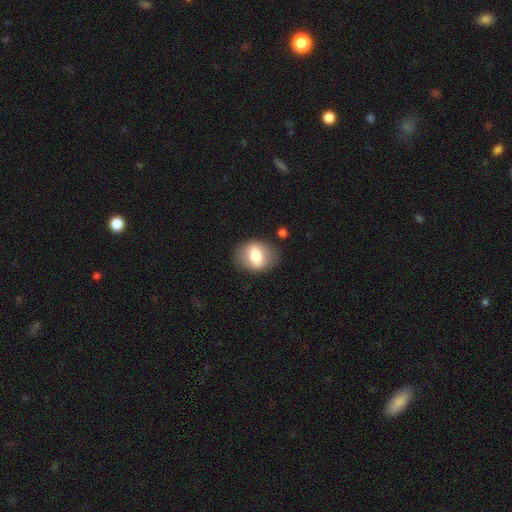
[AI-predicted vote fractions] Overall: smooth (64%; featured or disk 29%). How rounded: in between (57%; round 41%). Merging: none (83%).